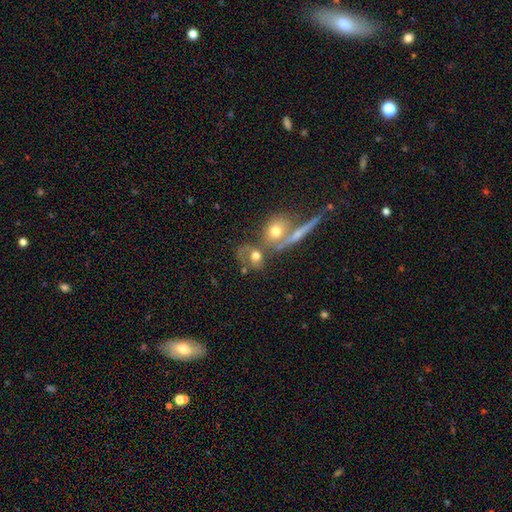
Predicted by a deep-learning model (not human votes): The model was most divided on "how rounded": round: 50%, in between: 45%, cigar-shaped: 5%. Remaining: smooth or featured — smooth (56%); merging — merger (42%).